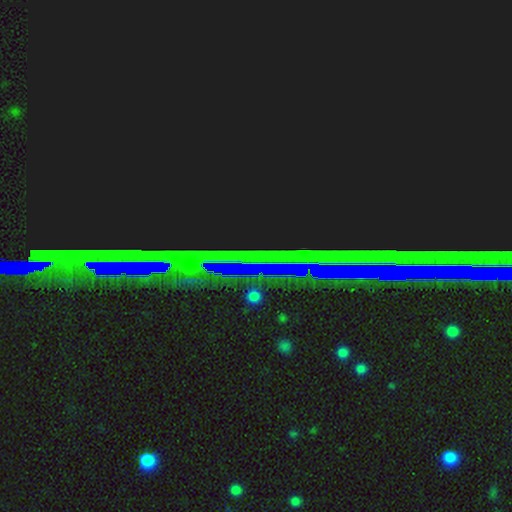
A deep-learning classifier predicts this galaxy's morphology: Q: Smooth or featured?
A: star or artifact (73%); runner-up: featured or disk (16%)